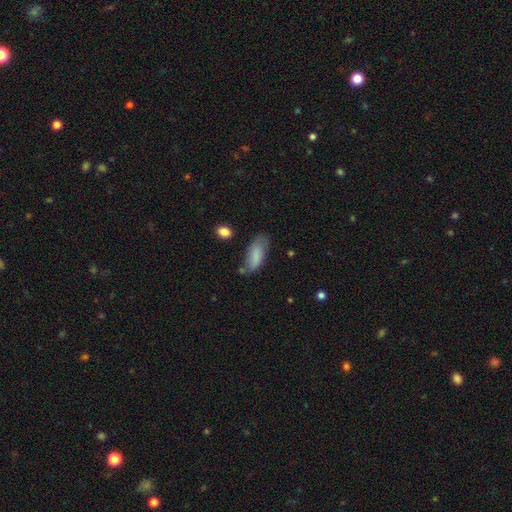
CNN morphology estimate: A smooth galaxy with no disk features (80%) that is in between round and cigar-shaped (81%). Merging: none (55%).